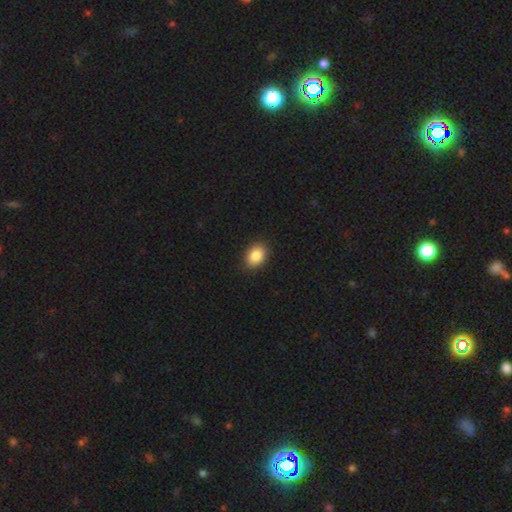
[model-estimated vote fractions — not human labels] A smooth galaxy with no disk features (88%) that is in between round and cigar-shaped (77%).

Vote fractions:
- Smooth or featured? smooth: 88% / star or artifact: 8% / featured or disk: 5%
- How rounded? in between: 77% / round: 22% / cigar-shaped: 1%
- Merging? none: 88% / minor disturbance: 9% / major disturbance: 2% / merger: 1%